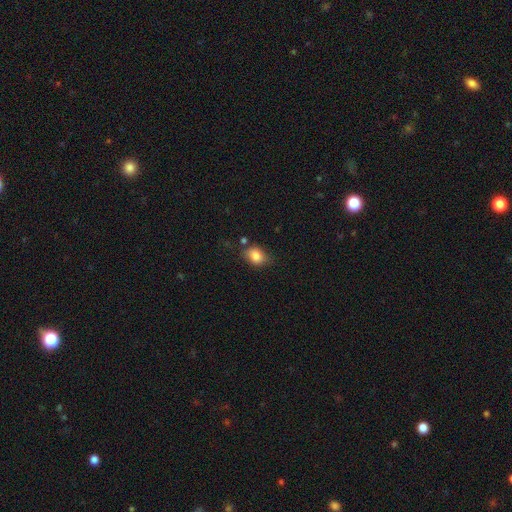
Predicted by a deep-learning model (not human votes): Smooth or featured? Predicted: smooth (p=0.83). How rounded? Predicted: in between (p=0.65). Merging? Predicted: none (p=0.69).